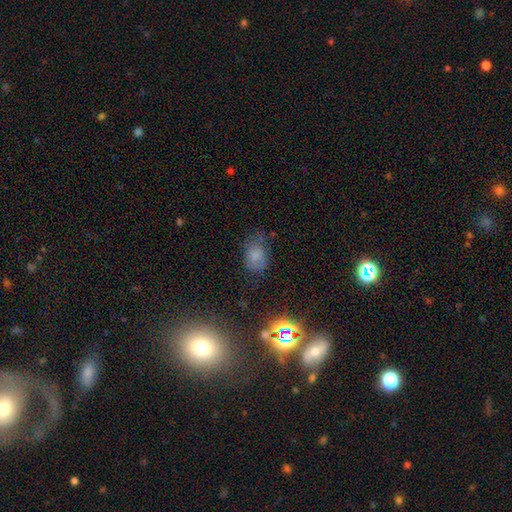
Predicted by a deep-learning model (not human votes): Q: Smooth or featured?
A: smooth (67%); runner-up: star or artifact (20%)
Q: How rounded?
A: in between (78%); runner-up: round (21%)
Q: Merging?
A: none (58%); runner-up: minor disturbance (27%)